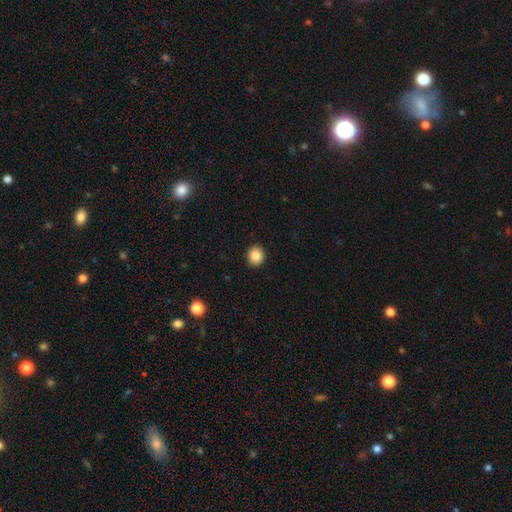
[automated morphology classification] Smooth or featured: smooth — 87% (star or artifact — 9%)
How rounded: round — 74% (in between — 25%)
Merging: none — 92% (minor disturbance — 5%)